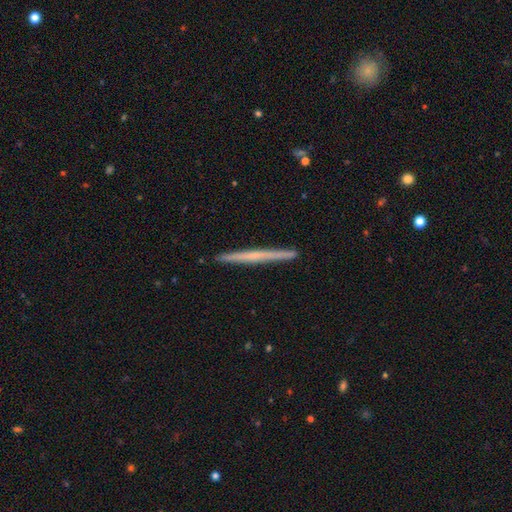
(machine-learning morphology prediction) Q: Smooth or featured?
A: featured or disk (53%); runner-up: smooth (41%)
Q: Edge-on disk?
A: yes (98%); runner-up: no (2%)
Q: Edge-on bulge?
A: none (84%); runner-up: rounded (13%)
Q: Merging?
A: none (93%); runner-up: minor disturbance (5%)